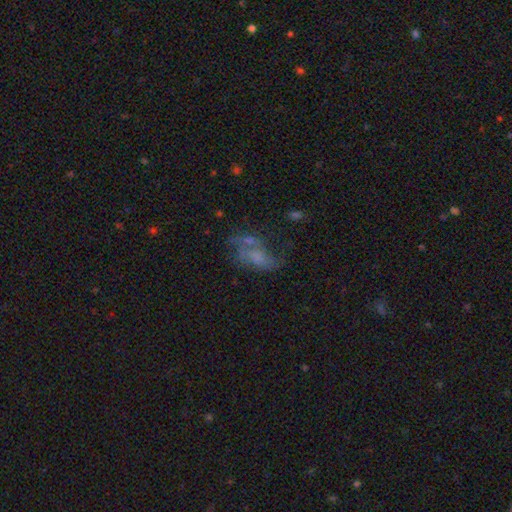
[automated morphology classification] A featured or disk galaxy (47%).

Vote fractions:
- Smooth or featured? featured or disk: 47% / smooth: 36% / star or artifact: 17%
- Merging? major disturbance: 34% / none: 32% / minor disturbance: 19% / merger: 14%